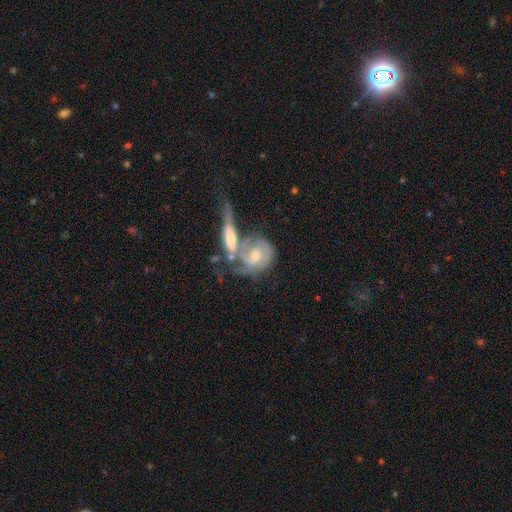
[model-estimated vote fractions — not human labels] This appears to be a featured or disk galaxy (75%) with no bar (66%), 2 (46%) tight (54%) spiral arms (86%) and a moderate central bulge (59%). Merging: merger (59%).